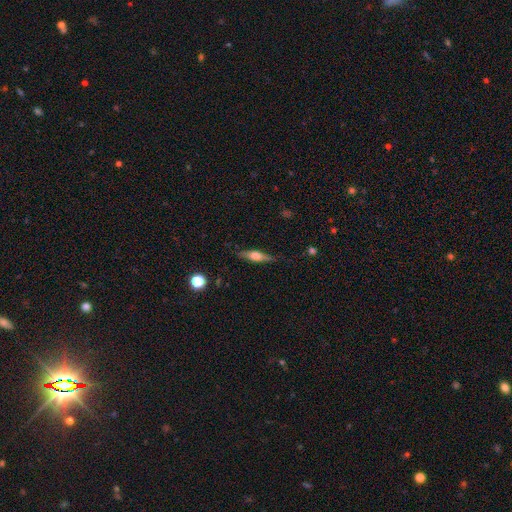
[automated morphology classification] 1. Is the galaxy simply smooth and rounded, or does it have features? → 50% featured or disk, 43% smooth, 7% star or artifact.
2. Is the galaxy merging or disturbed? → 81% none, 14% minor disturbance, 3% major disturbance, 1% merger.